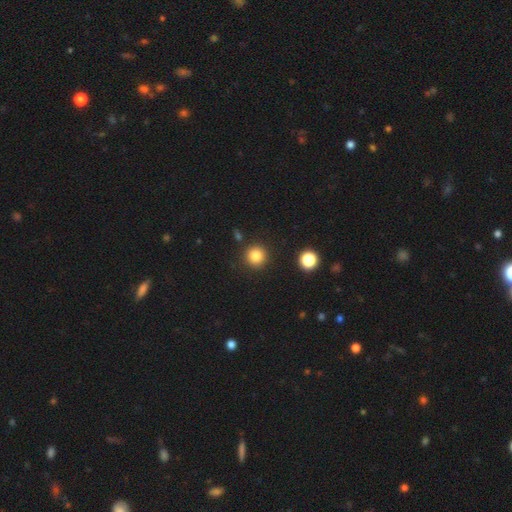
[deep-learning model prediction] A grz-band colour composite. It shows a smooth galaxy with no disk features (83%) that is round (94%). Merging: none (89%).